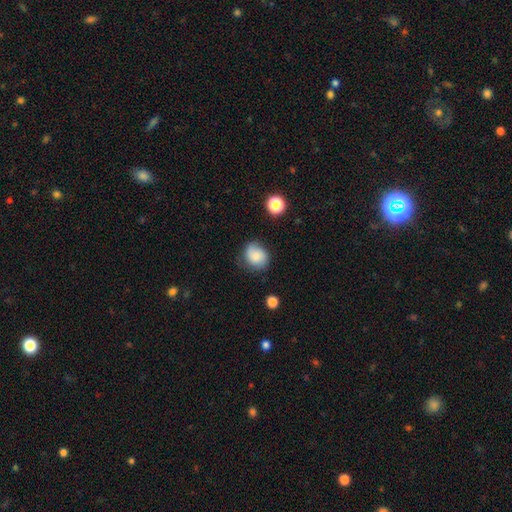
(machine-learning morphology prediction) Smooth or featured? Predicted: smooth (p=0.71). How rounded? Predicted: round (p=0.60). Merging? Predicted: none (p=0.65).